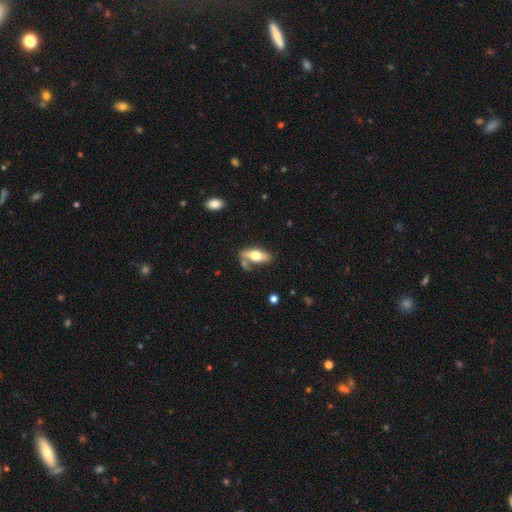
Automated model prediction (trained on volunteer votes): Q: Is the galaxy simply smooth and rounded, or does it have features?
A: smooth — 59%.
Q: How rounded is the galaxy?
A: in between — 68%.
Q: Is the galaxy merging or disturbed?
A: none — 56%.